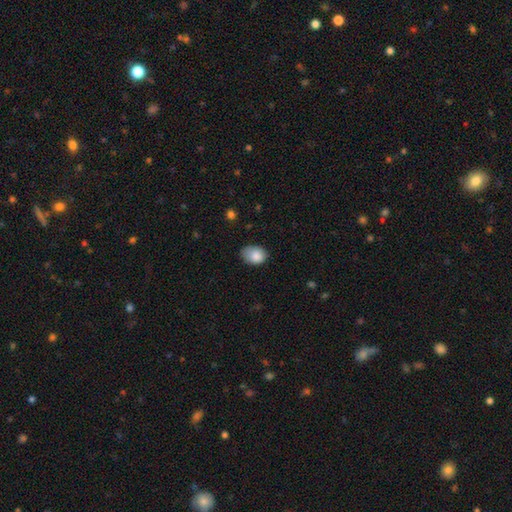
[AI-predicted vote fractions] smooth-or-featured: smooth: 85% | star or artifact: 8% | featured or disk: 7%
  how-rounded: in between: 74% | round: 25% | cigar-shaped: 1%
  merging: none: 58% | minor disturbance: 34% | major disturbance: 7% | merger: 2%